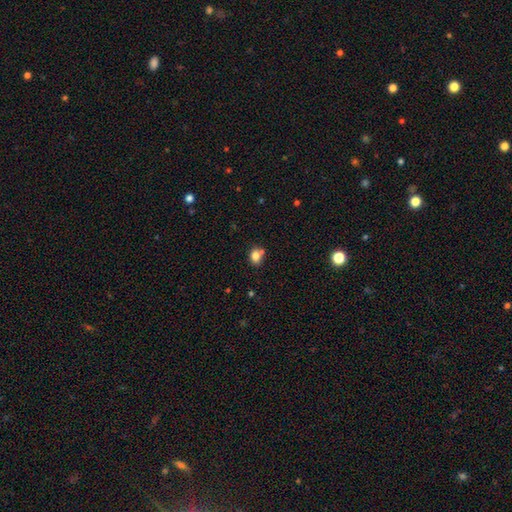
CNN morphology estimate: This is clearly a smooth galaxy (81%). How rounded: possibly round (55%). Merging: likely none (61%).